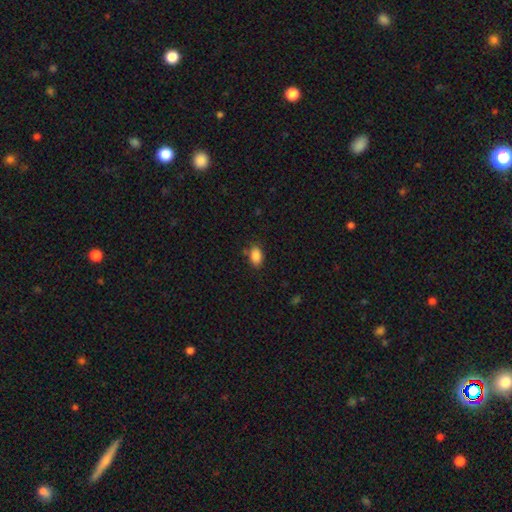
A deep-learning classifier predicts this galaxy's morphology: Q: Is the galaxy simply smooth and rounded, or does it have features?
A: smooth — 88%.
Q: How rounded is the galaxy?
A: in between — 87%.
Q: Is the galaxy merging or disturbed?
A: none — 80%.